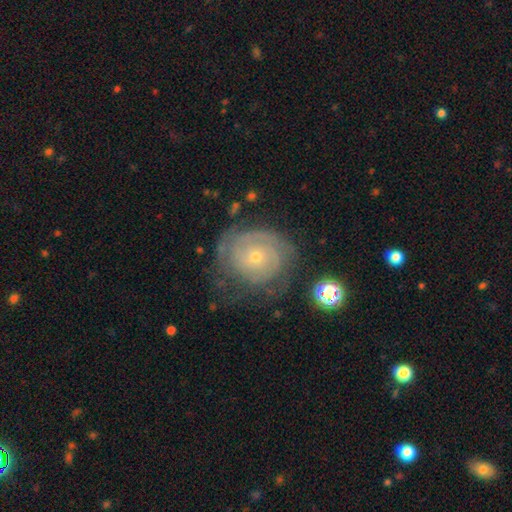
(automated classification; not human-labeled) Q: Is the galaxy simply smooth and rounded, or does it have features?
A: featured or disk — 78%.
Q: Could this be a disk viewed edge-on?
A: no — 97%.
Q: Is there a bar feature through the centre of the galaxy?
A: no — 81%.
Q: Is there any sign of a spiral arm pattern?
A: yes — 90%.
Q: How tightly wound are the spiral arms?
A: tight — 76%.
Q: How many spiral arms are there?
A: can't tell — 43%.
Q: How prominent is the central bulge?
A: small — 75%.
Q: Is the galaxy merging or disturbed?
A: none — 63%.